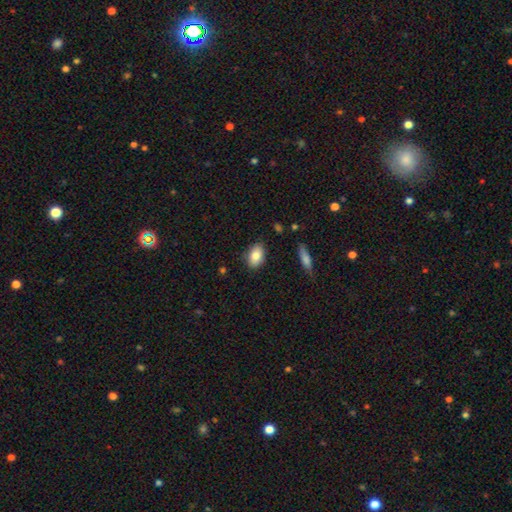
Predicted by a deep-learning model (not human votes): Morphology: type=smooth (83%); roundness=in between (89%); merging=none (85%).